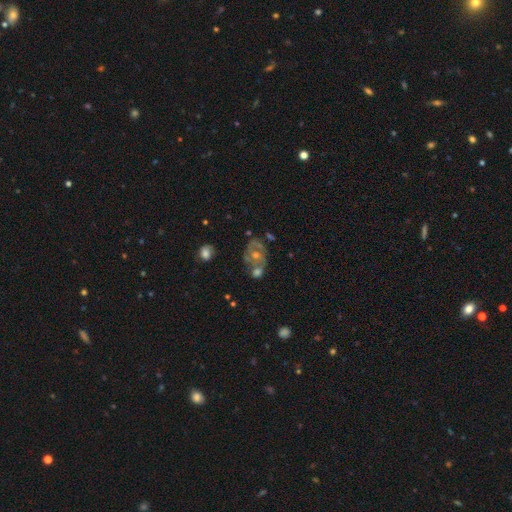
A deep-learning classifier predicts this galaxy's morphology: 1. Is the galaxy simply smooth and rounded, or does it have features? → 66% featured or disk, 20% smooth, 14% star or artifact.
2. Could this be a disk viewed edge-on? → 96% no, 4% yes.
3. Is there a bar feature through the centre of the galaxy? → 74% no, 20% weak, 5% strong.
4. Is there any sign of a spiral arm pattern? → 67% yes, 33% no.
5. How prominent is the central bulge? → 58% moderate, 34% small, 4% none, 3% large, 2% dominant.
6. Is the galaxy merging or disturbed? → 51% none, 24% merger, 16% minor disturbance, 9% major disturbance.